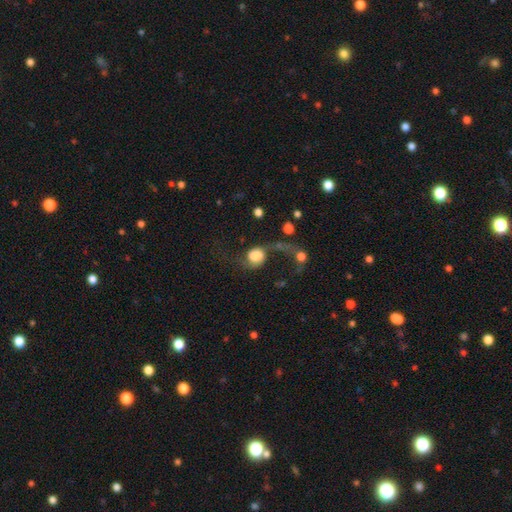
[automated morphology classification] smooth-or-featured: featured or disk: 51% | smooth: 40% | star or artifact: 9%
  disk-edge-on: no: 96% | yes: 4%
  merging: major disturbance: 35% | none: 33% | merger: 17% | minor disturbance: 16%